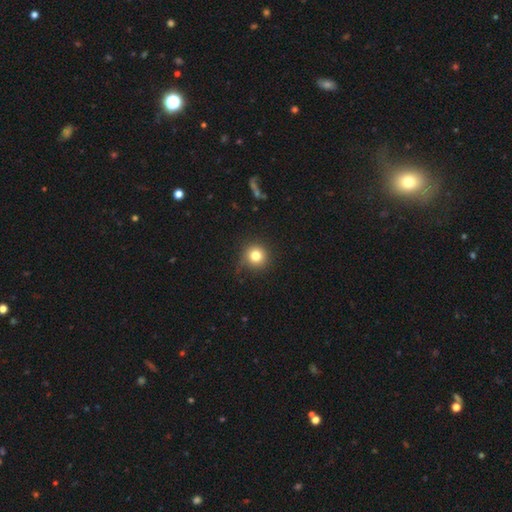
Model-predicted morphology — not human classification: This appears to be a smooth galaxy with no disk features (81%) that is round (95%). Merging: none (84%).